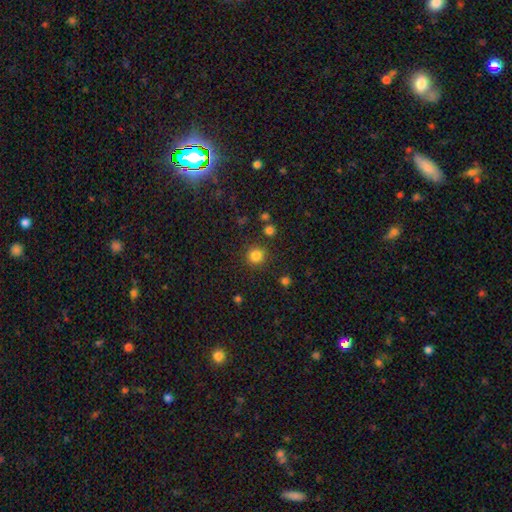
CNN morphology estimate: Smooth or featured? smooth (83%)
How rounded? round (93%)
Merging? none (88%)